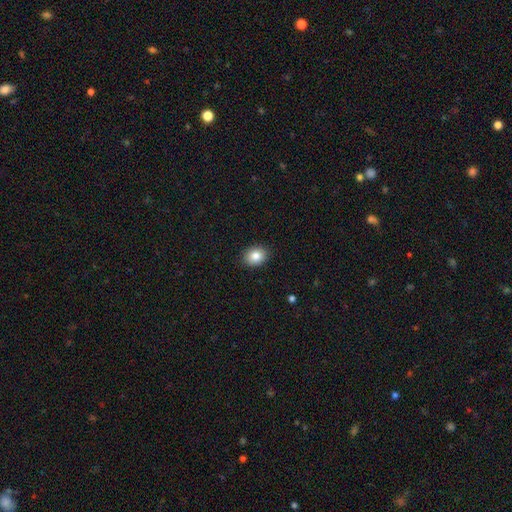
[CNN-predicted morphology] Smooth or featured? Predicted: smooth (p=0.84). How rounded? Predicted: in between (p=0.56). Merging? Predicted: none (p=0.90).